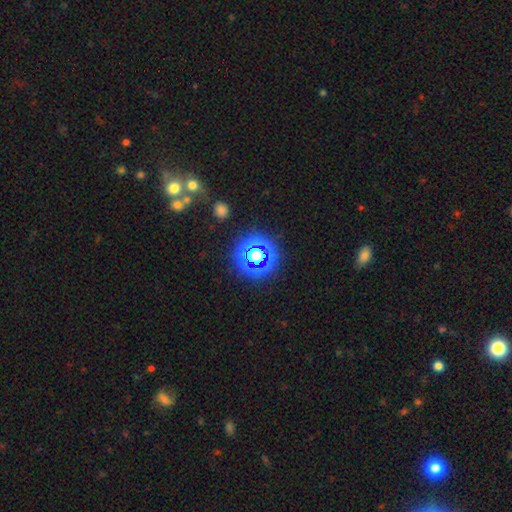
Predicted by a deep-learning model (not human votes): A star or artifact, not a galaxy (65%).

Vote fractions:
- Smooth or featured? star or artifact: 65% / smooth: 24% / featured or disk: 11%